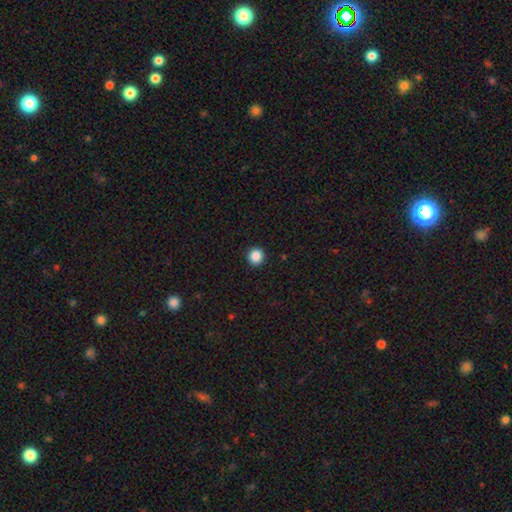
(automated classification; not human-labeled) Overall: smooth (87%). How rounded: round (93%). Merging: none (93%).